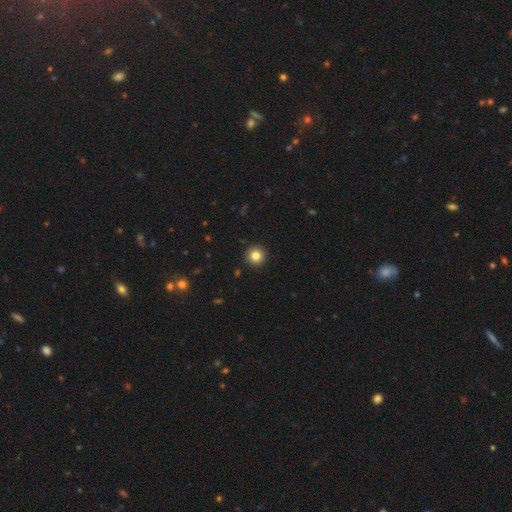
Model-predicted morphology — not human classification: This is clearly a smooth galaxy (84%). How rounded: clearly round (96%). Merging: clearly none (93%).